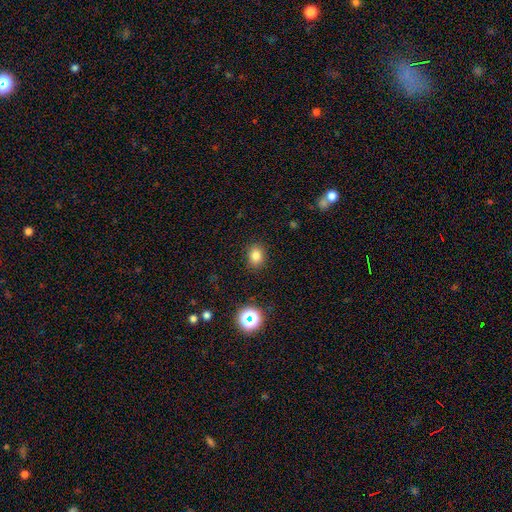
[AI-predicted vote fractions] A smooth galaxy with no disk features (80%) that is round (53%).

Vote fractions:
- Smooth or featured? smooth: 80% / star or artifact: 14% / featured or disk: 6%
- How rounded? round: 53% / in between: 46% / cigar-shaped: 1%
- Merging? none: 87% / minor disturbance: 9% / major disturbance: 3% / merger: 1%